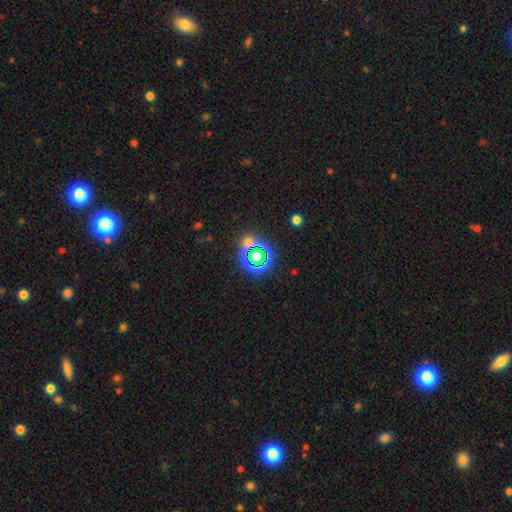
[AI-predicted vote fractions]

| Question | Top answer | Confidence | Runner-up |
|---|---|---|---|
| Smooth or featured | star or artifact | 54% | smooth (34%) |